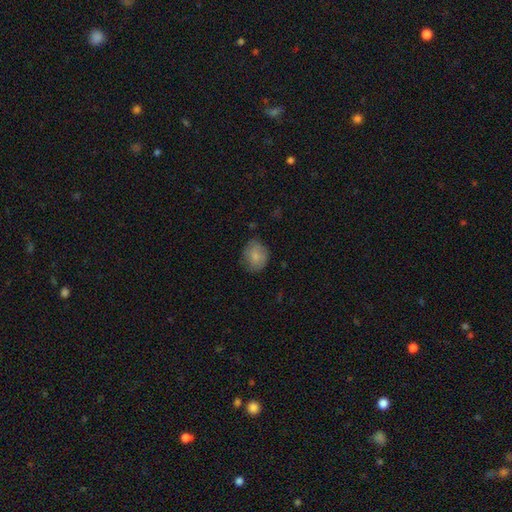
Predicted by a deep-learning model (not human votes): Morphology: type=smooth (80%); roundness=round (63%); merging=none (71%).